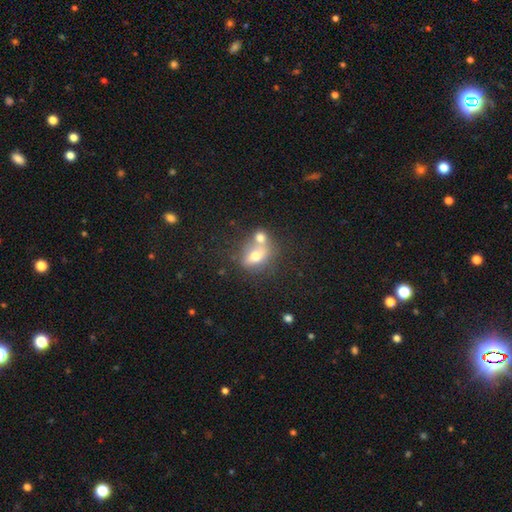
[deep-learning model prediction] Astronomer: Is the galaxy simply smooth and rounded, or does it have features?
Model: smooth — 64%.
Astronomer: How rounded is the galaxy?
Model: in between — 61%.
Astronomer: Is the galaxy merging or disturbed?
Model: merger — 50% (runner-up: none, 34%).